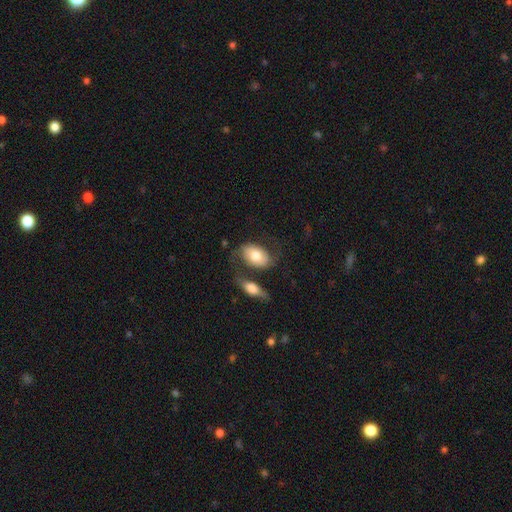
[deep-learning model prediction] This is likely a smooth galaxy (67%). How rounded: clearly in between (88%). Merging: possibly none (50%).